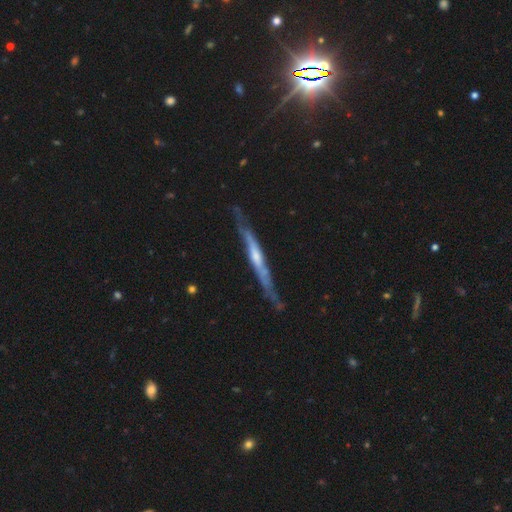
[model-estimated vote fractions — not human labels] This appears to be a featured or disk galaxy (73%) viewed edge-on (89%) with no central bulge (48%). Merging: none (68%).